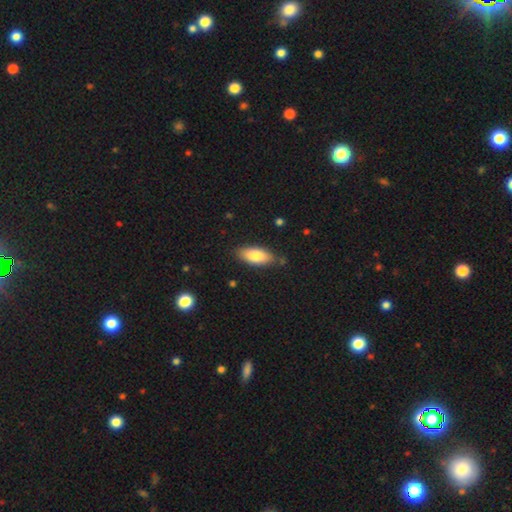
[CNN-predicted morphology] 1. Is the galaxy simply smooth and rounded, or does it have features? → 79% smooth, 15% featured or disk, 6% star or artifact.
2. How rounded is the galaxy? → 86% in between, 12% cigar-shaped, 2% round.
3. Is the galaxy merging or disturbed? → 82% none, 13% minor disturbance, 2% major disturbance, 2% merger.